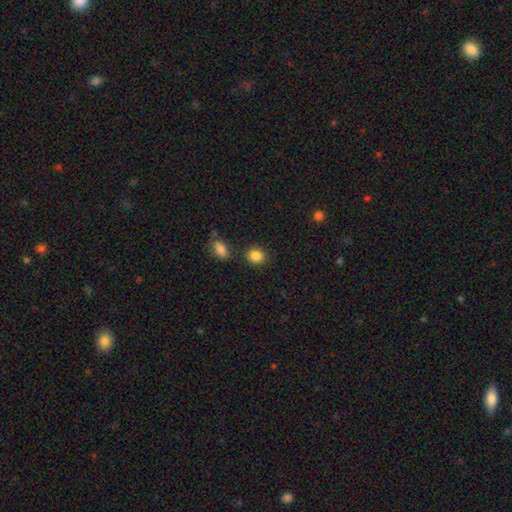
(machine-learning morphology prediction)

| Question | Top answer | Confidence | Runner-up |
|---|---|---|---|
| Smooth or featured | smooth | 86% | star or artifact (9%) |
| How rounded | round | 68% | in between (30%) |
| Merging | none | 82% | minor disturbance (9%) |